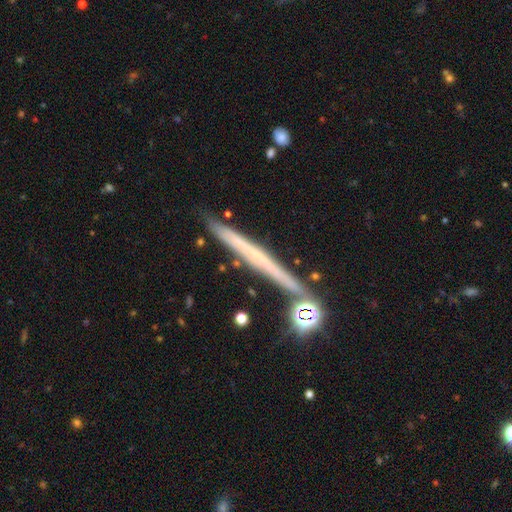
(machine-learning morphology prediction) Q: Smooth or featured?
A: featured or disk (56%); runner-up: smooth (34%)
Q: Edge-on disk?
A: yes (95%); runner-up: no (5%)
Q: Edge-on bulge?
A: none (86%); runner-up: rounded (9%)
Q: Merging?
A: none (79%); runner-up: minor disturbance (12%)